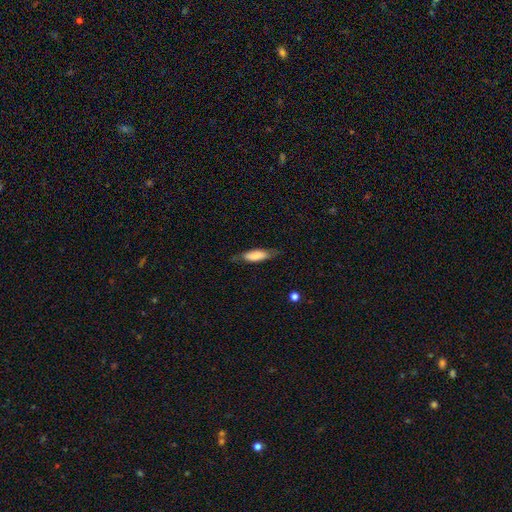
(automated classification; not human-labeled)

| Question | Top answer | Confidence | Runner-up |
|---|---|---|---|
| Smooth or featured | smooth | 75% | featured or disk (18%) |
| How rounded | in between | 53% | cigar-shaped (45%) |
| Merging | none | 68% | minor disturbance (23%) |